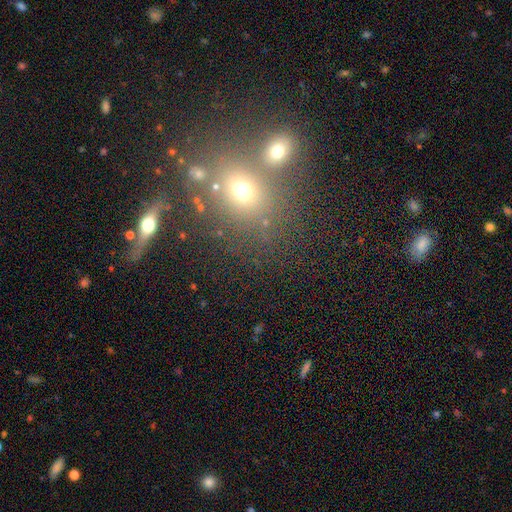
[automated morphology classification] The model was most divided on "smooth or featured": smooth: 45%, star or artifact: 37%, featured or disk: 17%. More confident: merging — none (57%).